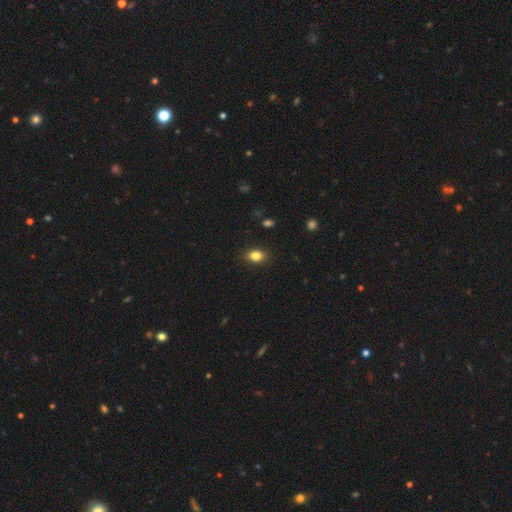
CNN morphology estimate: The model was most divided on "how rounded": in between: 74%, round: 24%, cigar-shaped: 2%. More confident: merging — none (87%); smooth or featured — smooth (83%).